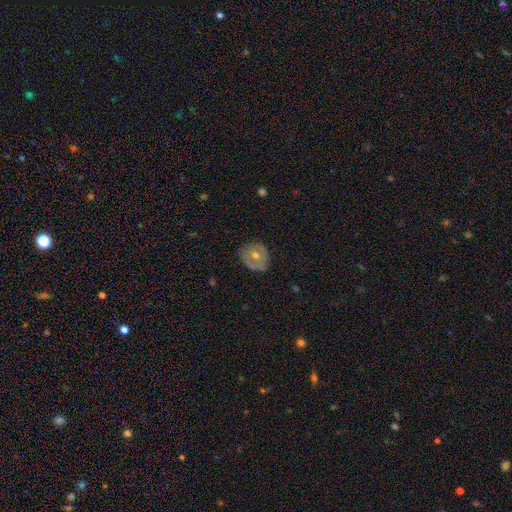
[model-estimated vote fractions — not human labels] The model was most divided on "smooth or featured": featured or disk: 49%, smooth: 42%, star or artifact: 9%. More confident: merging — none (74%).